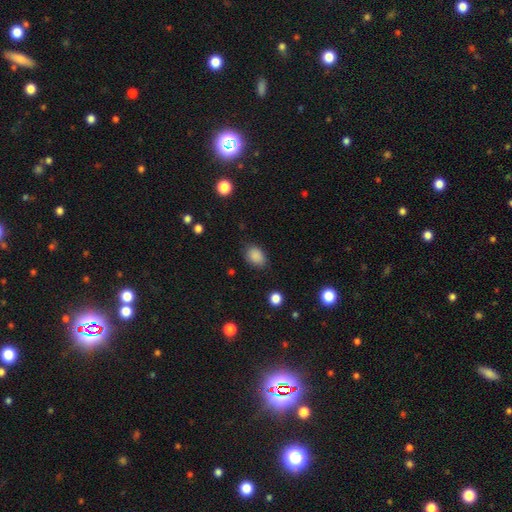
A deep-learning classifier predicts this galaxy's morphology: Smooth or featured: smooth — 86% (star or artifact — 9%)
How rounded: in between — 76% (round — 23%)
Merging: none — 78% (minor disturbance — 16%)